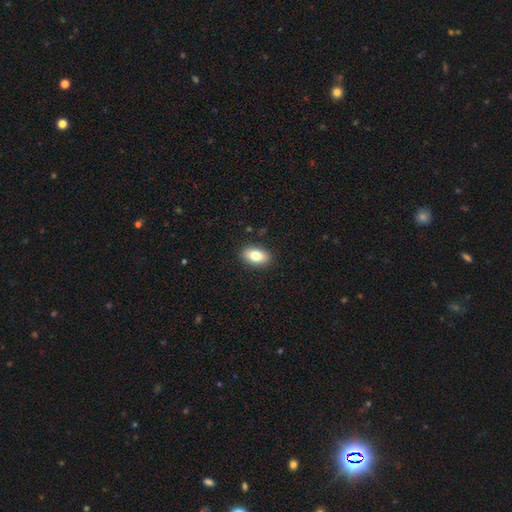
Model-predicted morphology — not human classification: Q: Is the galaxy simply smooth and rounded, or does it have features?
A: smooth — 81%.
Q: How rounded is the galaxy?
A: in between — 90%.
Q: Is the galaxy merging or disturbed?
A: none — 89%.